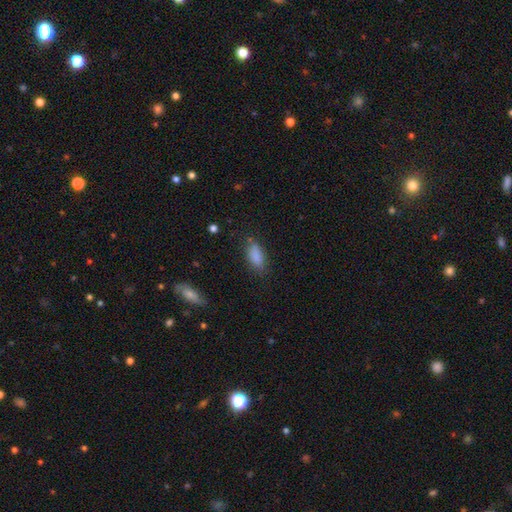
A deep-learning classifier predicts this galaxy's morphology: The model was most divided on "merging": none: 72%, minor disturbance: 19%, major disturbance: 5%, merger: 3%. More confident: how rounded — in between (87%); smooth or featured — smooth (85%).